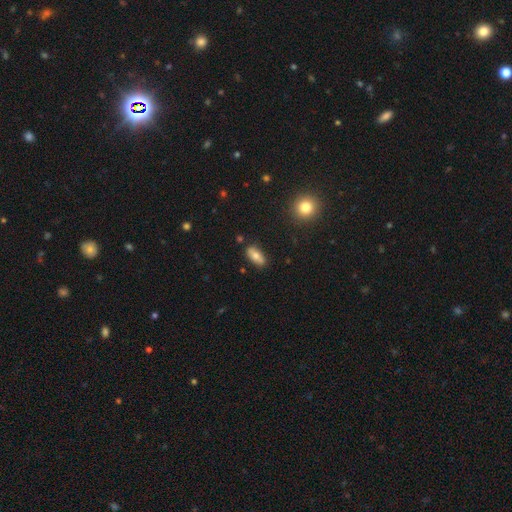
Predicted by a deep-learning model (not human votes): Smooth or featured?
  - smooth: 70% *
  - featured or disk: 21%
  - star or artifact: 9%
How rounded?
  - in between: 81% *
  - cigar-shaped: 15%
  - round: 4%
Merging?
  - none: 82% *
  - minor disturbance: 13%
  - merger: 3%
  - major disturbance: 3%